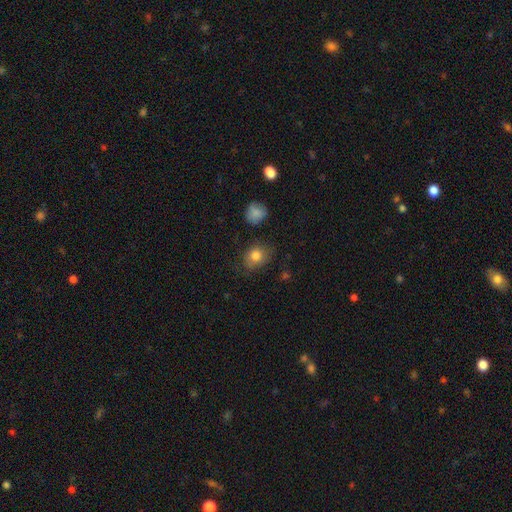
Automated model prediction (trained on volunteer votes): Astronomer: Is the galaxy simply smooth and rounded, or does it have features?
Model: smooth — 82%.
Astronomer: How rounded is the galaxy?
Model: round — 56% (runner-up: in between, 43%).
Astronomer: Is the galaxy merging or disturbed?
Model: none — 71%.